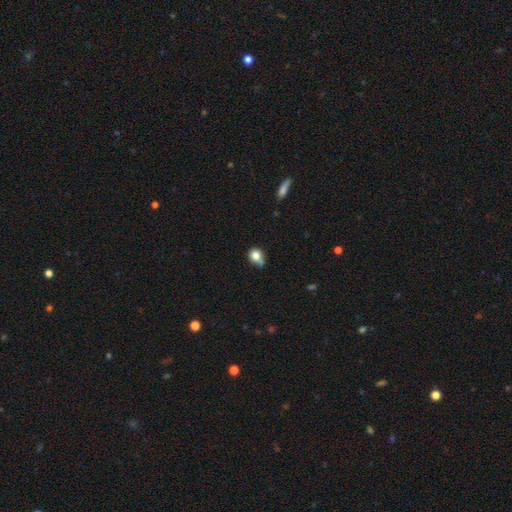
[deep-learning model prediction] This is likely a smooth galaxy (78%). How rounded: likely round (67%). Merging: marginally none (45%).